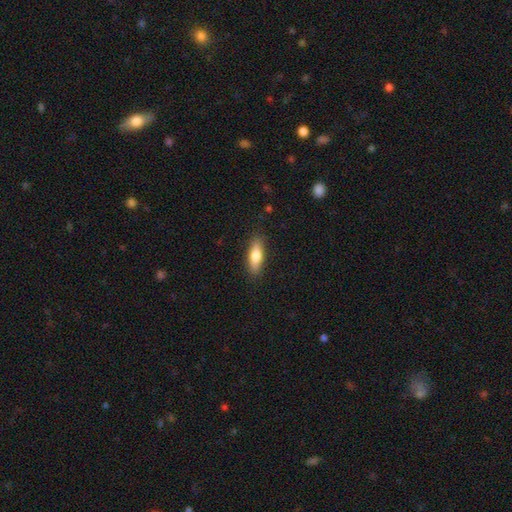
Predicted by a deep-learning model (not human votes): Q: Smooth or featured?
A: smooth (71%); runner-up: featured or disk (22%)
Q: How rounded?
A: in between (52%); runner-up: cigar-shaped (46%)
Q: Merging?
A: none (87%); runner-up: minor disturbance (10%)